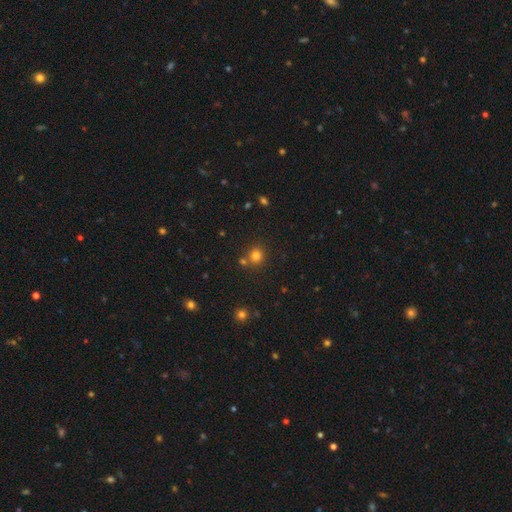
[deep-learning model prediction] This appears to be a smooth galaxy with no disk features (78%) that is round (87%). Merging: none (72%).